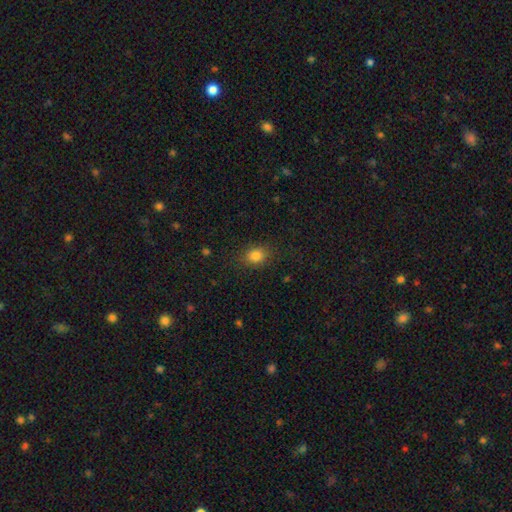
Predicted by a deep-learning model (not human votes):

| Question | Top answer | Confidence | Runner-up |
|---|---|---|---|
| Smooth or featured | smooth | 83% | star or artifact (12%) |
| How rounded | in between | 50% | round (48%) |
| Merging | none | 84% | minor disturbance (11%) |